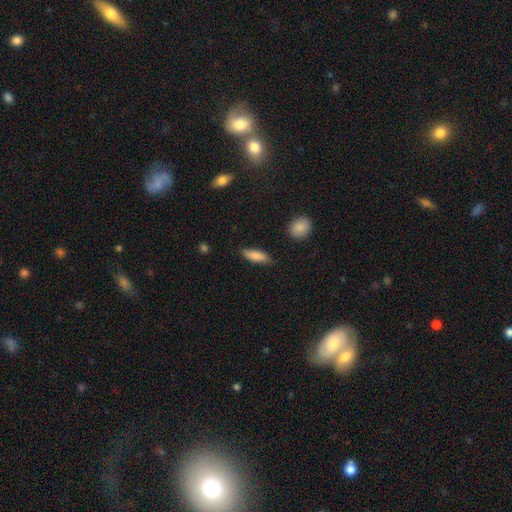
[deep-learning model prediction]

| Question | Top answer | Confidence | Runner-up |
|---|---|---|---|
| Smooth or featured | smooth | 84% | featured or disk (10%) |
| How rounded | in between | 57% | cigar-shaped (40%) |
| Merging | none | 83% | minor disturbance (13%) |